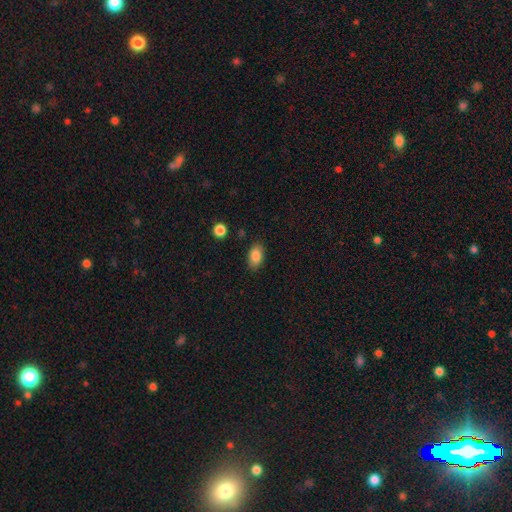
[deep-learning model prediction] The model was most divided on "merging": none: 84%, minor disturbance: 11%, major disturbance: 3%, merger: 2%. More confident: how rounded — in between (91%); smooth or featured — smooth (86%).